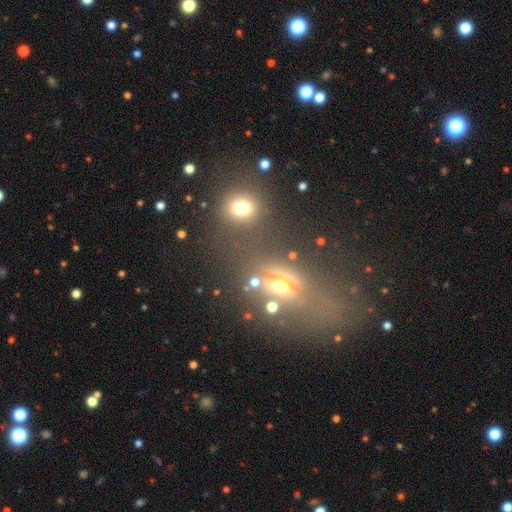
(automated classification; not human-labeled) This appears to be a star or artifact, not a galaxy (44%).